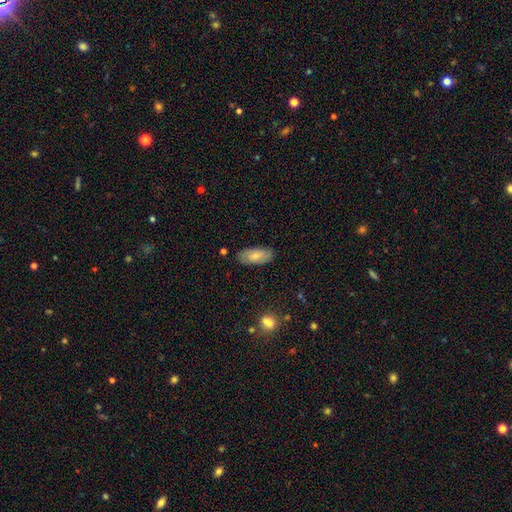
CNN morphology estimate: Smooth or featured? Predicted: smooth (p=0.71). How rounded? Predicted: in between (p=0.89). Merging? Predicted: none (p=0.82).